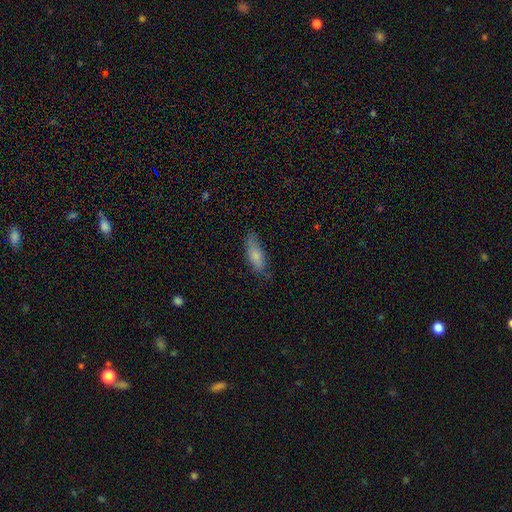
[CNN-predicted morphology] smooth_or_featured: smooth (p=0.78) [alt: featured or disk p=0.16]
how_rounded: in between (p=0.62) [alt: cigar-shaped p=0.36]
merging: none (p=0.71) [alt: minor disturbance p=0.23]